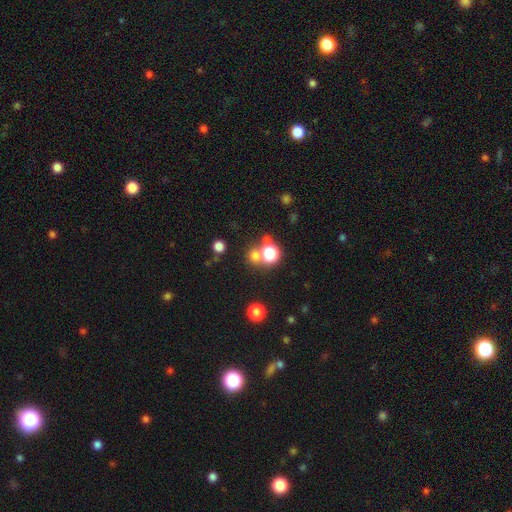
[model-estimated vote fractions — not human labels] Overall: smooth (66%). How rounded: round (86%). Merging: none (60%; merger 29%).